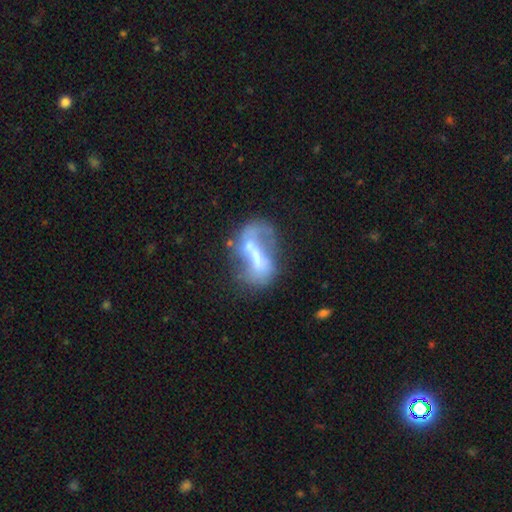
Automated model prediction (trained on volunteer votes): A featured or disk galaxy (61%) with a strong bar (37%), no spiral arms (57%) and no central bulge (33%).

Vote fractions:
- Smooth or featured? featured or disk: 61% / smooth: 29% / star or artifact: 10%
- Edge-on disk? no: 94% / yes: 6%
- Bar? strong: 37% / no: 33% / weak: 30%
- Spiral arms? no: 57% / yes: 43%
- Bulge size? none: 33% / moderate: 29% / small: 25% / large: 10% / dominant: 3%
- Merging? none: 34% / major disturbance: 27% / minor disturbance: 20% / merger: 19%